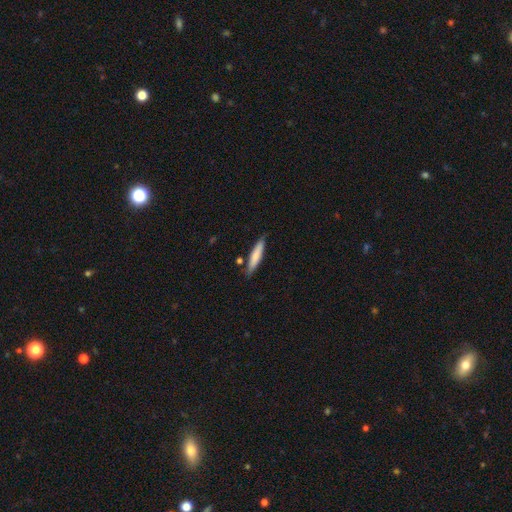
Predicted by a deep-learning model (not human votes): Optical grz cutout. It shows a smooth galaxy with no disk features (75%) that is cigar-shaped (88%). Merging: none (82%).